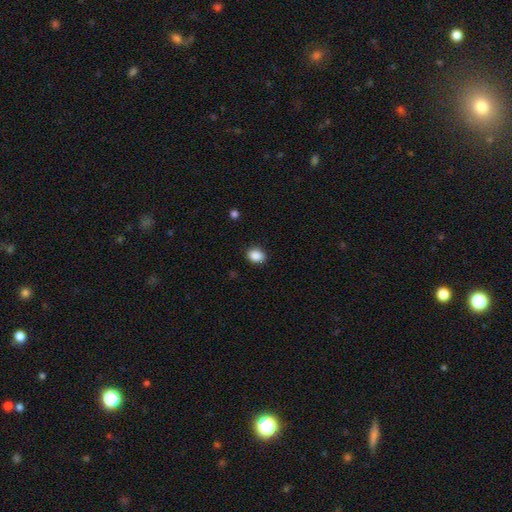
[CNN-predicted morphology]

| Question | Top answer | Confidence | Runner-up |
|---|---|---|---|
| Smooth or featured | smooth | 89% | star or artifact (9%) |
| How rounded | in between | 61% | round (38%) |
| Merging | none | 87% | minor disturbance (9%) |